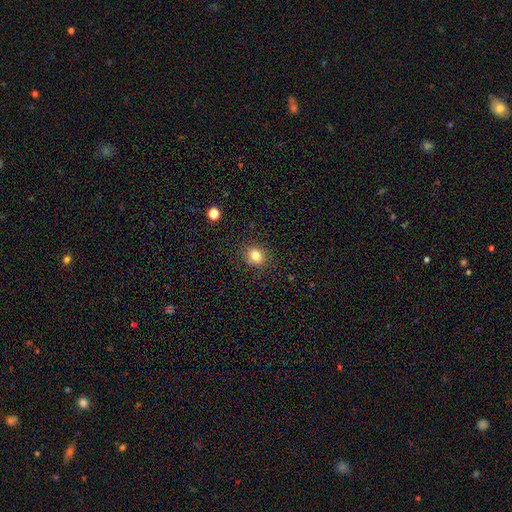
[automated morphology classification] The model was most divided on "how rounded": round: 65%, in between: 34%, cigar-shaped: 1%. More confident: merging — none (85%); smooth or featured — smooth (81%).